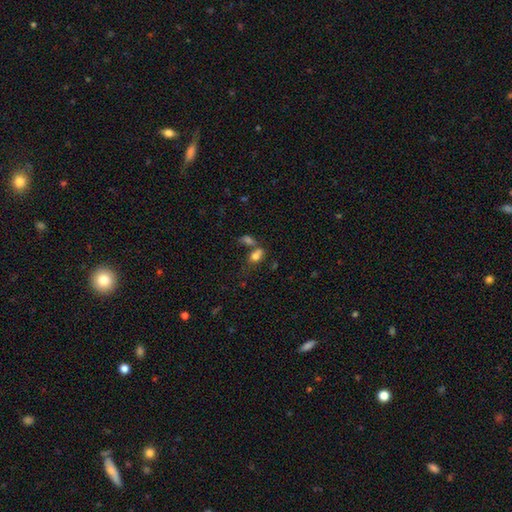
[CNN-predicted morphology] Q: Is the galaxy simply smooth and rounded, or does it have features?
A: smooth — 78%.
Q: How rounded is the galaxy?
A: in between — 84%.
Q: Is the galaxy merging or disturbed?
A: none — 39%.